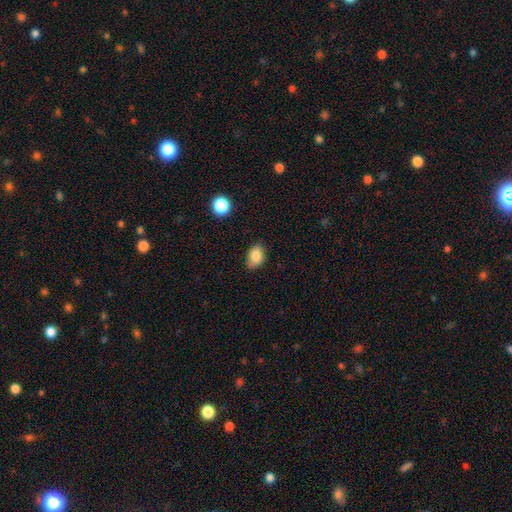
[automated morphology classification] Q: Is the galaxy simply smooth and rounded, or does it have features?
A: smooth — 83%.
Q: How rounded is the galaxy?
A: in between — 82%.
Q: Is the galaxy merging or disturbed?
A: none — 75%.